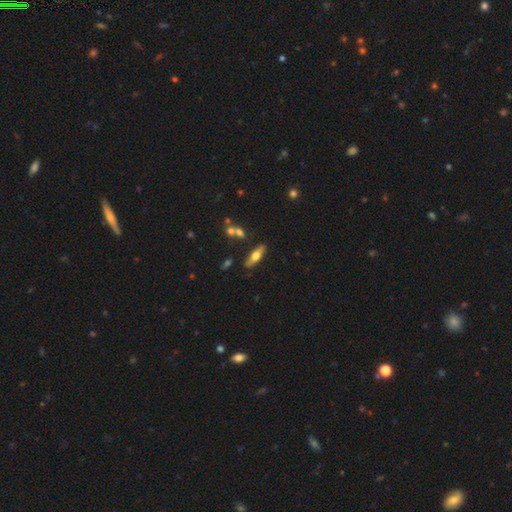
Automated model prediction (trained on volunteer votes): This appears to be a smooth galaxy with no disk features (50%) that is in between round and cigar-shaped (50%). Merging: none (80%).